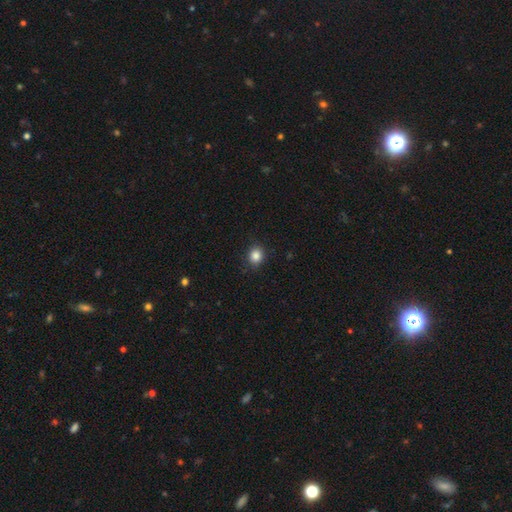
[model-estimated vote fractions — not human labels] Smooth or featured? smooth (85%)
How rounded? round (72%)
Merging? none (87%)